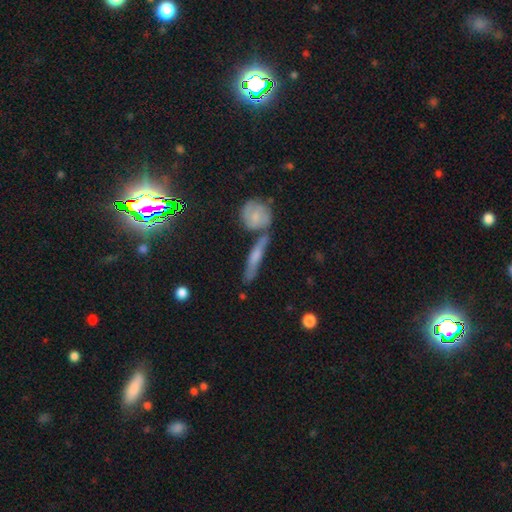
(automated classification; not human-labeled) smooth-or-featured: smooth: 52% | featured or disk: 40% | star or artifact: 8%
  how-rounded: cigar-shaped: 79% | in between: 15% | round: 6%
  merging: none: 59% | merger: 22% | minor disturbance: 14% | major disturbance: 5%